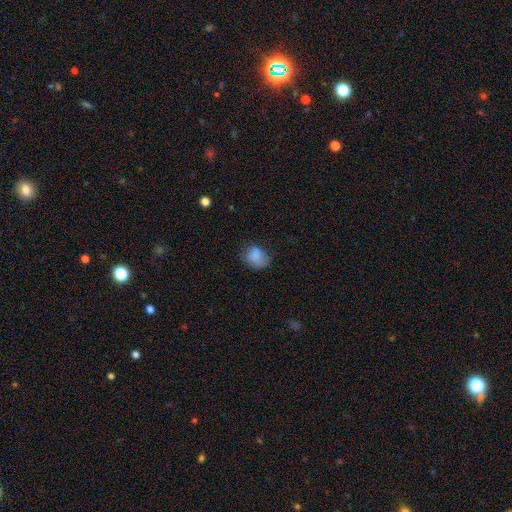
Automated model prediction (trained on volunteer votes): Overall: smooth (83%). How rounded: in between (56%; round 43%). Merging: none (58%; minor disturbance 30%).